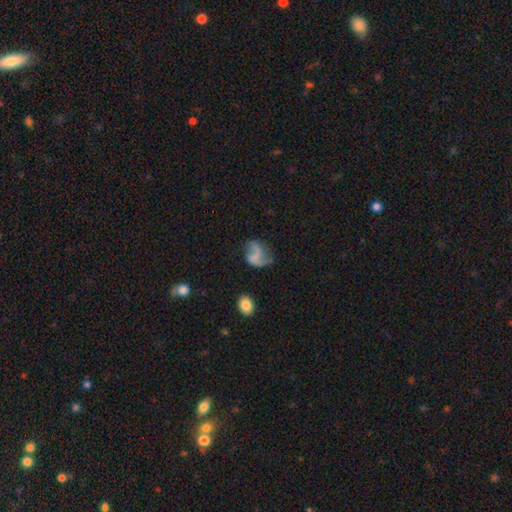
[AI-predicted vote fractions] This is likely a featured or disk galaxy (62%). It is clearly not viewed edge-on (98%). Bar: possibly no (56%). Spiral arm pattern: likely yes (79%). Central bulge: likely none (70%). Merging: possibly none (47%).